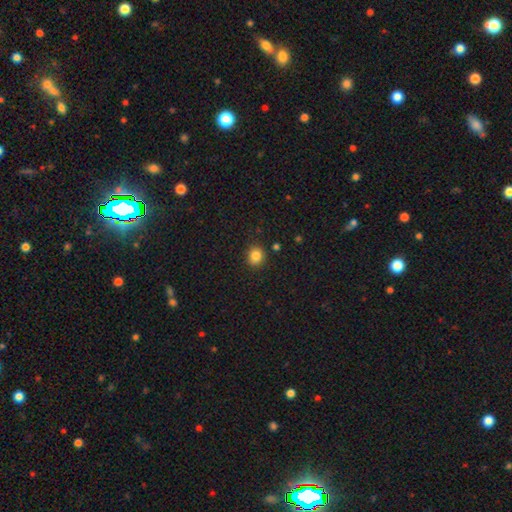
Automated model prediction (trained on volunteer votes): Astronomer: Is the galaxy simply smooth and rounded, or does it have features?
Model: smooth — 84%.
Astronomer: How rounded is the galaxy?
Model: round — 77%.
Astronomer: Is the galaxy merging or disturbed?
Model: none — 87%.